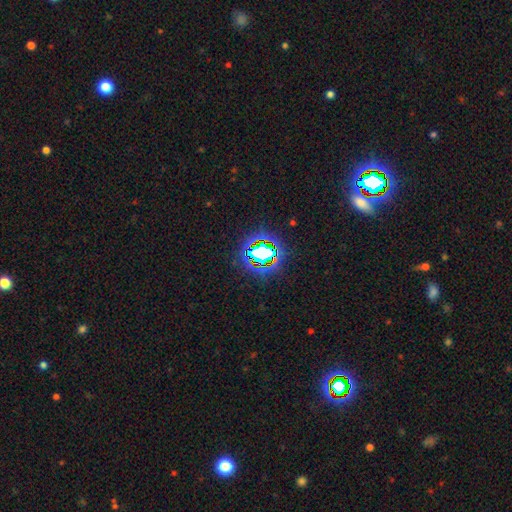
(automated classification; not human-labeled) smooth-or-featured: star or artifact: 65% | smooth: 22% | featured or disk: 13%